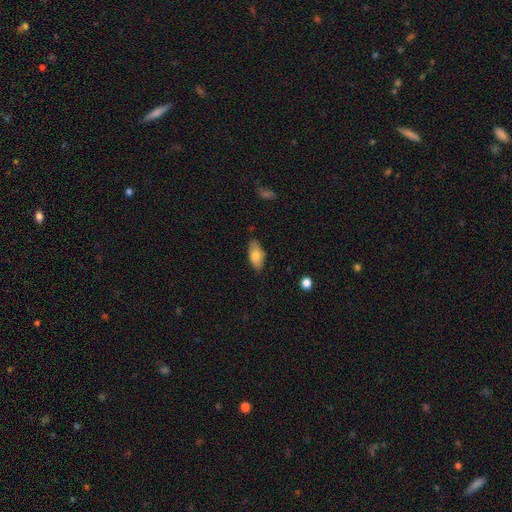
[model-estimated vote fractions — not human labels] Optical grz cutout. It shows a smooth galaxy with no disk features (74%) that is in between round and cigar-shaped (90%). Merging: none (80%).